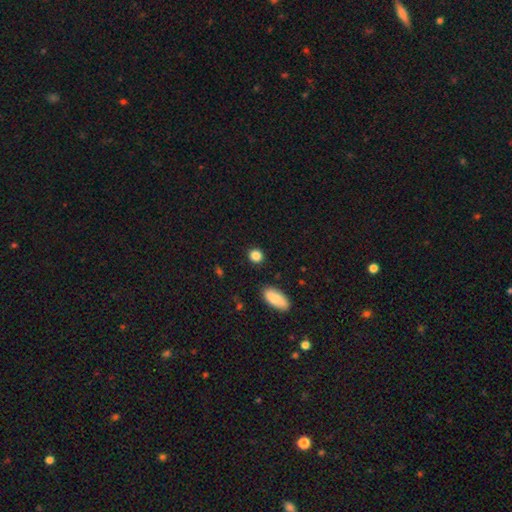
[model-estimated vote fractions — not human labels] smooth_or_featured: smooth (p=0.86) [alt: star or artifact p=0.09]
how_rounded: round (p=0.82) [alt: in between p=0.16]
merging: none (p=0.87) [alt: minor disturbance p=0.08]